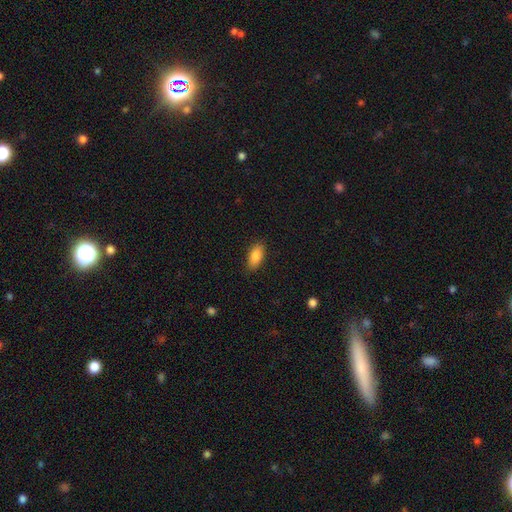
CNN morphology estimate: A smooth galaxy with no disk features (85%) that is in between round and cigar-shaped (89%). Merging: none (86%).